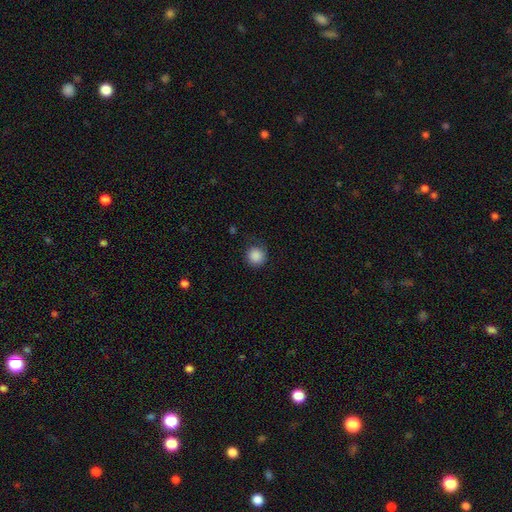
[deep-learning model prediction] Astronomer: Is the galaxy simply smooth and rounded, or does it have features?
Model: smooth — 88%.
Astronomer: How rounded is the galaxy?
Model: round — 93%.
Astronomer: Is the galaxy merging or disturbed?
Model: none — 79%.